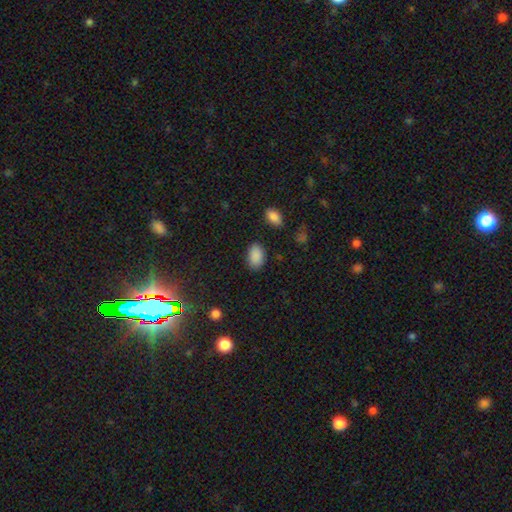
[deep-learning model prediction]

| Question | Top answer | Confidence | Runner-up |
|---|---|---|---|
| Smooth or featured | smooth | 88% | star or artifact (9%) |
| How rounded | in between | 90% | round (9%) |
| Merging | none | 83% | minor disturbance (12%) |